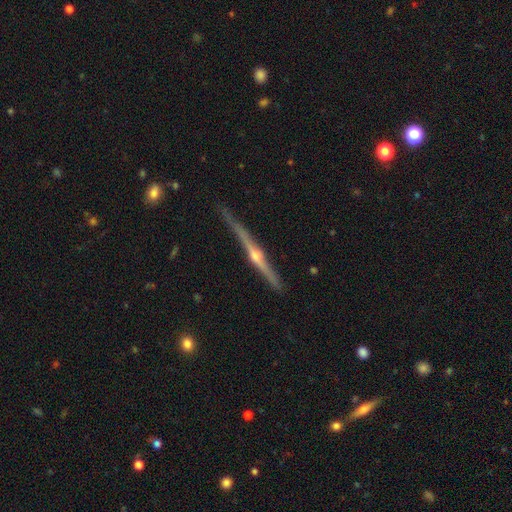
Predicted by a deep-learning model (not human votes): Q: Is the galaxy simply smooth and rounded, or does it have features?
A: featured or disk — 85%.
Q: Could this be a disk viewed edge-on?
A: yes — 98%.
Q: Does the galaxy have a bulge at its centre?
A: rounded — 88%.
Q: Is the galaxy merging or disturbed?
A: none — 85%.